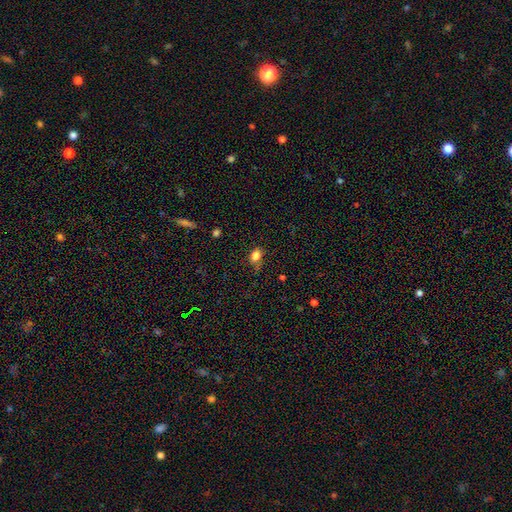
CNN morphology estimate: A smooth galaxy with no disk features (82%) that is in between round and cigar-shaped (69%). Merging: none (65%).